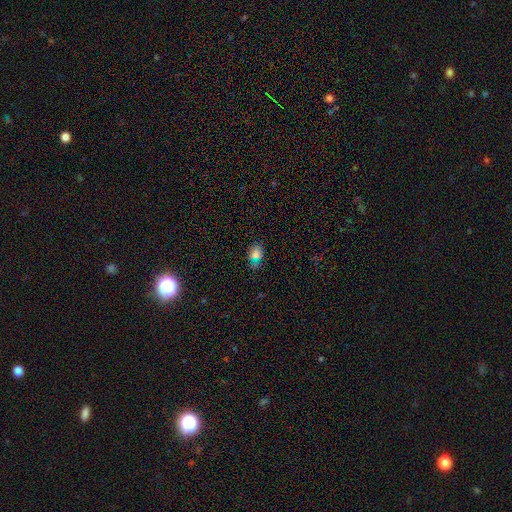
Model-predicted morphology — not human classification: Smooth or featured? smooth (72%)
How rounded? in between (75%)
Merging? none (68%)